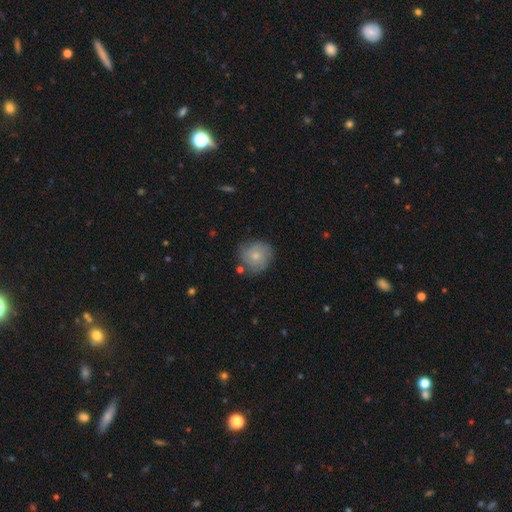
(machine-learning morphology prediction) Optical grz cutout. It shows a smooth galaxy with no disk features (58%) that is round (87%). Merging: none (73%).